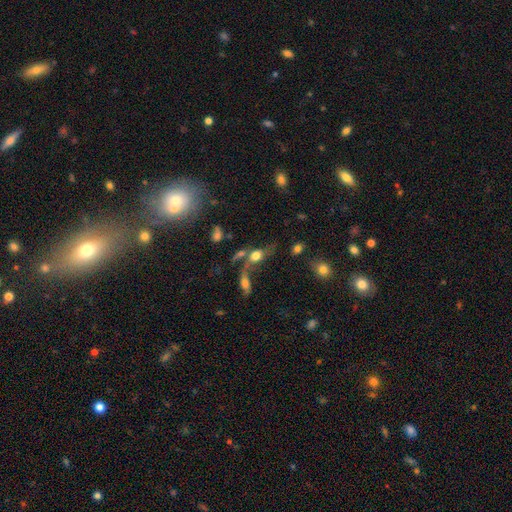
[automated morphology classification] This is possibly a smooth galaxy (49%). Merging: possibly merger (47%).